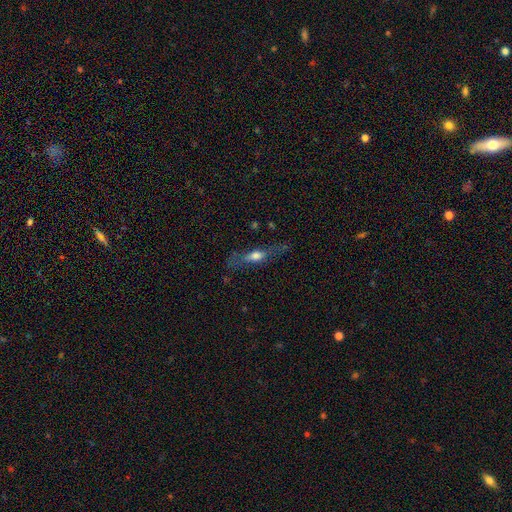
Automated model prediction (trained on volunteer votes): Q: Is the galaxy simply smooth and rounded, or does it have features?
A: smooth — 49%.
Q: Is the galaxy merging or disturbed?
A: none — 66%.